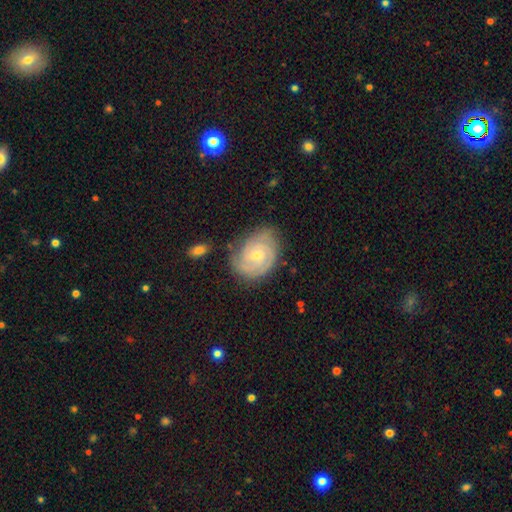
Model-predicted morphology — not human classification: Smooth or featured: featured or disk — 79% (smooth — 14%)
Edge-on disk: no — 97% (yes — 3%)
Bar: no — 69% (weak — 27%)
Spiral arms: yes — 95% (no — 5%)
Spiral winding: tight — 69% (medium — 25%)
Spiral arm count: 2 — 44% (can't tell — 23%)
Bulge size: small — 63% (moderate — 34%)
Merging: none — 73% (minor disturbance — 20%)